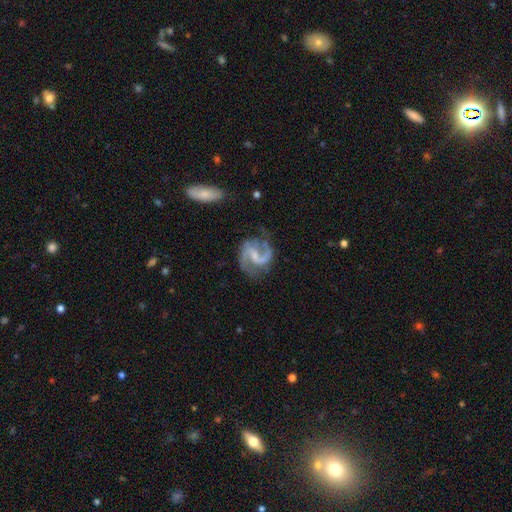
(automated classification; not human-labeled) Overall: featured or disk (91%). Edge-on disk: no (98%). Bar: weak (52%; no 26%). Spiral arms: yes (98%). Spiral arm count: 2 (92%). Spiral winding: medium (56%; loose 33%). Bulge size: small (53%; moderate 23%). Merging: none (70%).